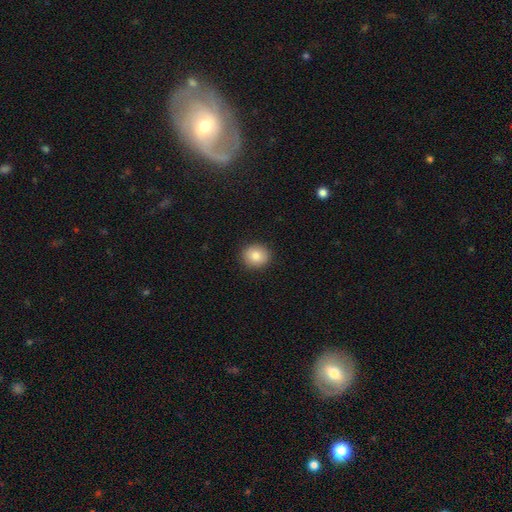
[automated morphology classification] Q: Smooth or featured?
A: smooth (83%); runner-up: star or artifact (9%)
Q: How rounded?
A: round (81%); runner-up: in between (18%)
Q: Merging?
A: none (91%); runner-up: minor disturbance (7%)